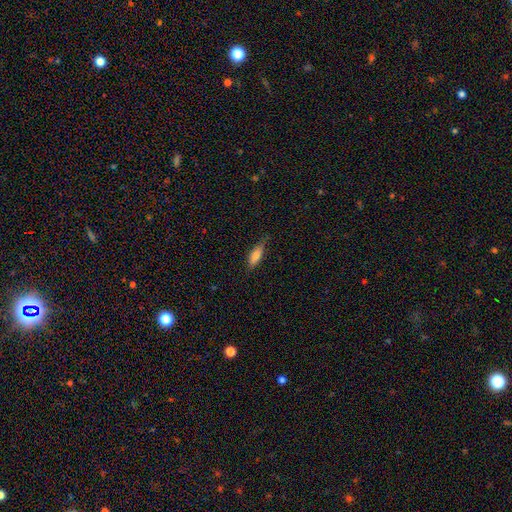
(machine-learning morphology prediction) type=smooth (75%); roundness=in between (55%); merging=none (73%).